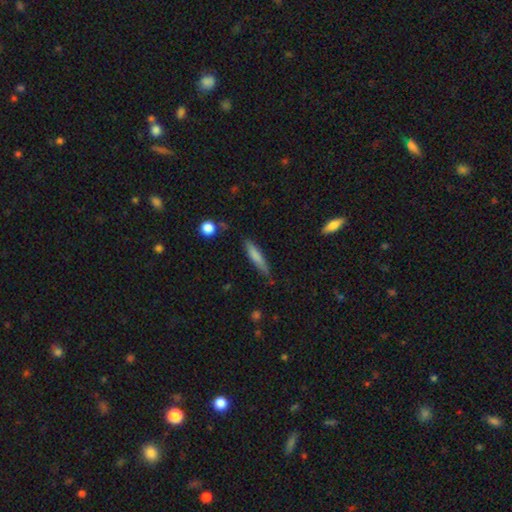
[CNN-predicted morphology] smooth-or-featured: smooth: 75% | featured or disk: 19% | star or artifact: 6%
  how-rounded: cigar-shaped: 87% | in between: 11% | round: 2%
  merging: none: 77% | minor disturbance: 17% | major disturbance: 3% | merger: 3%